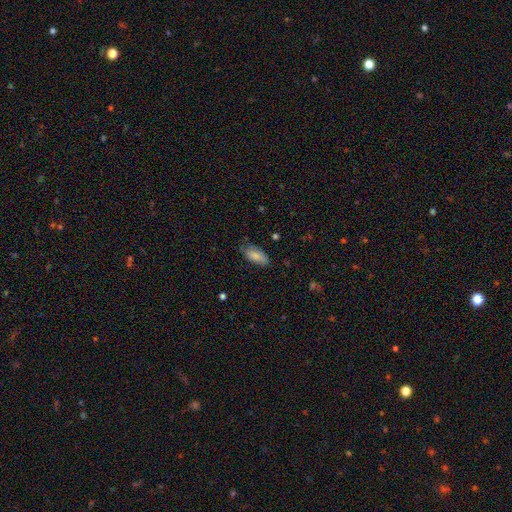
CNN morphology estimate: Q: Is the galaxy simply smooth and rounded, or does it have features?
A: smooth — 83%.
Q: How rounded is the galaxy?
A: in between — 89%.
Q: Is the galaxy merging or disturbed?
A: none — 70%.